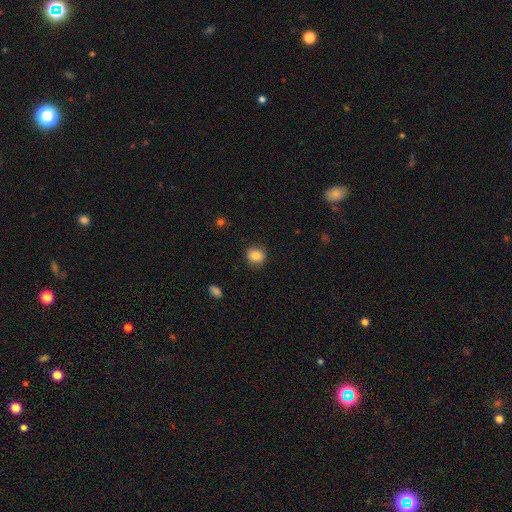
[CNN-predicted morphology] Smooth or featured?
  - smooth: 84% *
  - star or artifact: 9%
  - featured or disk: 7%
How rounded?
  - round: 77% *
  - in between: 22%
  - cigar-shaped: 1%
Merging?
  - none: 86% *
  - minor disturbance: 10%
  - major disturbance: 3%
  - merger: 1%